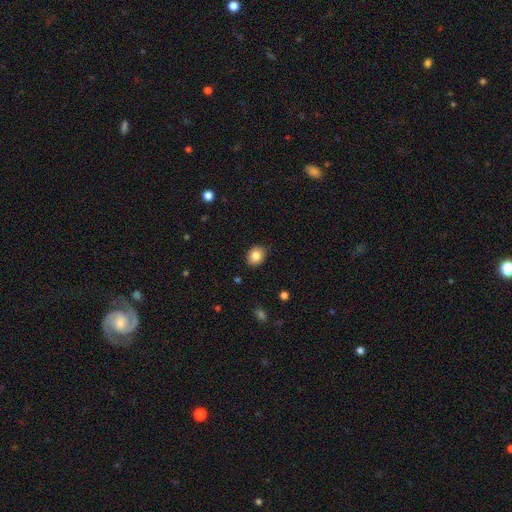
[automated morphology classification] Smooth or featured: smooth — 84% (star or artifact — 9%)
How rounded: round — 51% (in between — 48%)
Merging: none — 86% (minor disturbance — 11%)